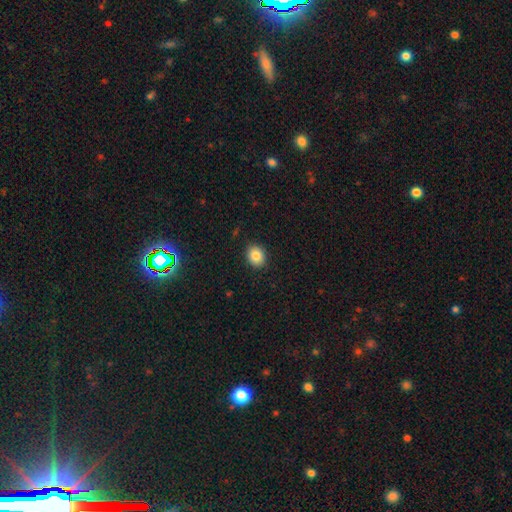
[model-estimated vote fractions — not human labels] smooth_or_featured: smooth (p=0.84) [alt: star or artifact p=0.10]
how_rounded: round (p=0.59) [alt: in between p=0.40]
merging: none (p=0.89) [alt: minor disturbance p=0.08]